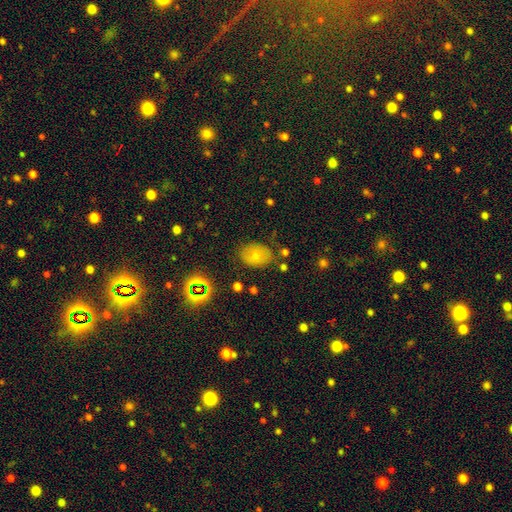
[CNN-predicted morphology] The model was most divided on "smooth or featured": smooth: 57%, star or artifact: 22%, featured or disk: 20%. More confident: merging — none (79%); how rounded — in between (70%).